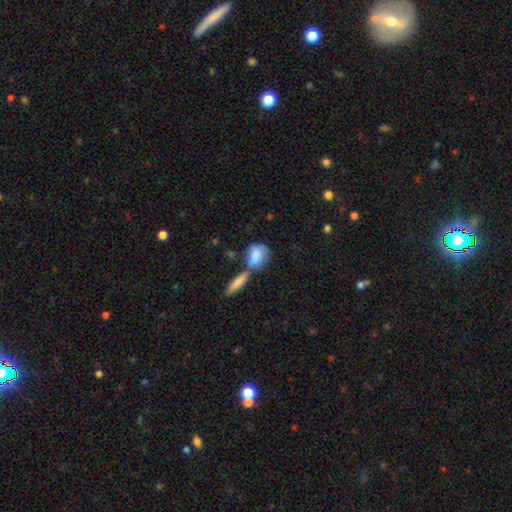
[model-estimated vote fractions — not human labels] Morphology: type=smooth (77%); roundness=in between (67%); merging=merger (46%).